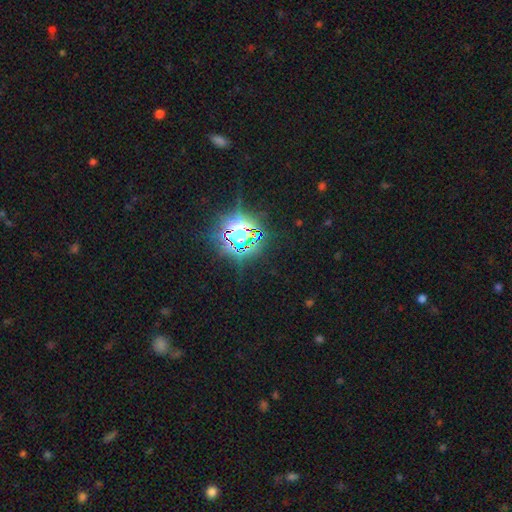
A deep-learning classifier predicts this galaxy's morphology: Smooth or featured: star or artifact — 81% (smooth — 12%)